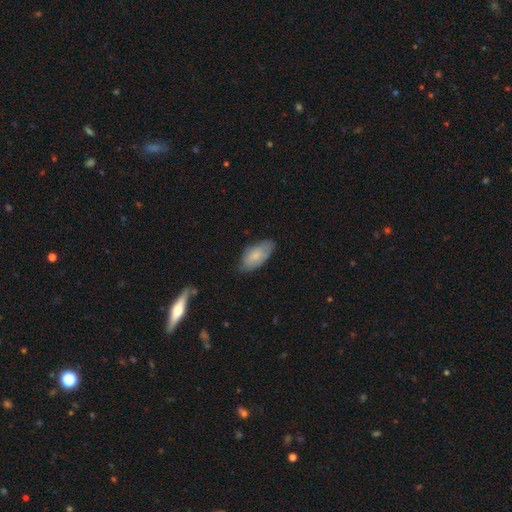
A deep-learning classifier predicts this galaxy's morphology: This is likely a smooth galaxy (75%). How rounded: clearly in between (91%). Merging: likely none (67%).